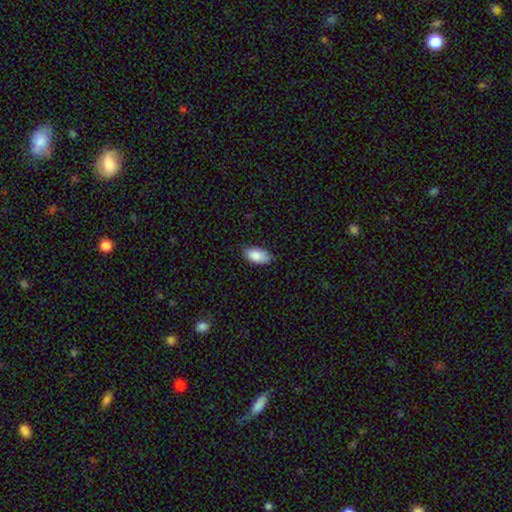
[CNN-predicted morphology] smooth 86%, featured or disk 7%, star or artifact 6%. Down the decision tree: how rounded — in between (95%); merging — none (77%).